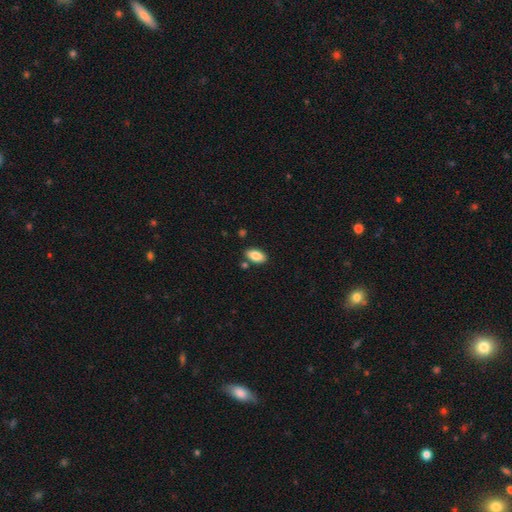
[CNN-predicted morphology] Smooth or featured: smooth — 85% (featured or disk — 8%)
How rounded: in between — 93% (cigar-shaped — 4%)
Merging: none — 83% (minor disturbance — 10%)